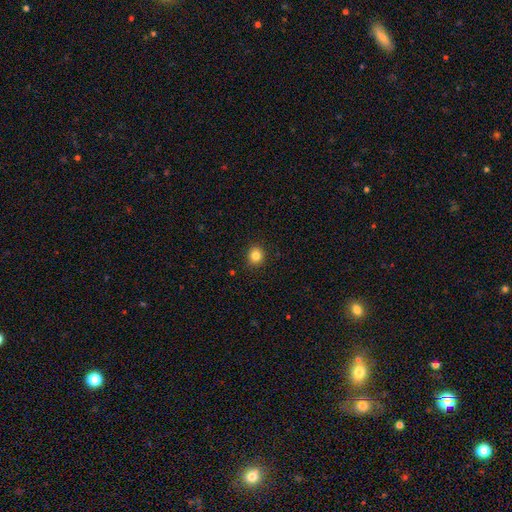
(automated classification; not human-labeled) This appears to be a smooth galaxy with no disk features (85%) that is round (85%). Merging: none (92%).